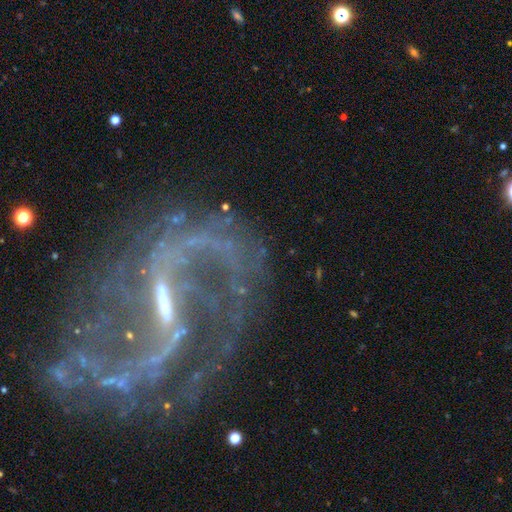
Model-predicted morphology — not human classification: smooth_or_featured: featured or disk (p=0.89) [alt: star or artifact p=0.08]
disk_edge_on: no (p=0.97) [alt: yes p=0.03]
bar: strong (p=0.54) [alt: weak p=0.35]
has_spiral_arms: yes (p=0.95) [alt: no p=0.05]
spiral_winding: loose (p=0.46) [alt: medium p=0.40]
spiral_arm_count: 2 (p=0.77) [alt: can't tell p=0.07]
bulge_size: small (p=0.55) [alt: moderate p=0.23]
merging: none (p=0.58) [alt: major disturbance p=0.21]